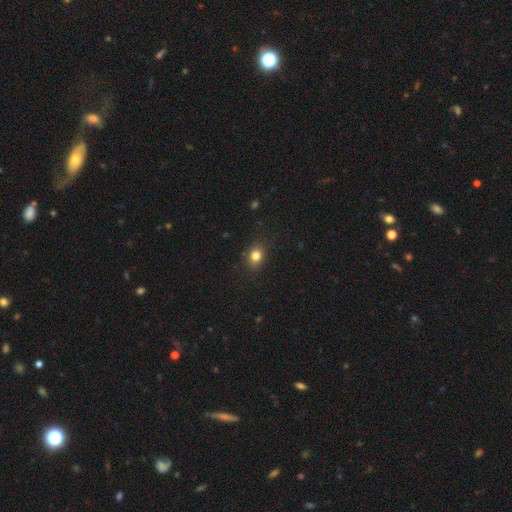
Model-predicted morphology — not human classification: Smooth or featured?
  - smooth: 81% *
  - star or artifact: 12%
  - featured or disk: 7%
How rounded?
  - in between: 52% *
  - round: 46%
  - cigar-shaped: 1%
Merging?
  - none: 84% *
  - minor disturbance: 12%
  - major disturbance: 3%
  - merger: 1%